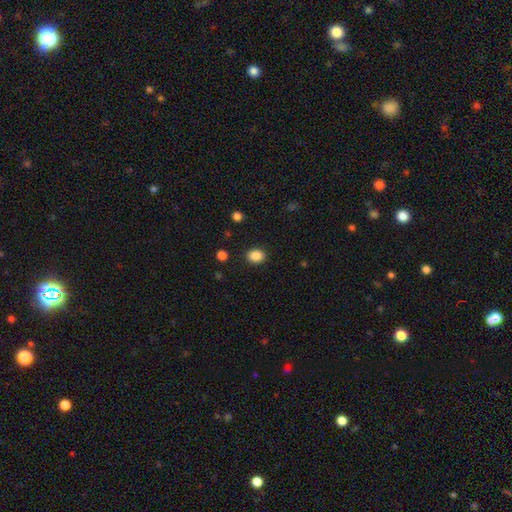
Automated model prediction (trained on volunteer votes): The model was most divided on "how rounded": in between: 54%, round: 46%, cigar-shaped: 1%. More confident: merging — none (88%); smooth or featured — smooth (87%).